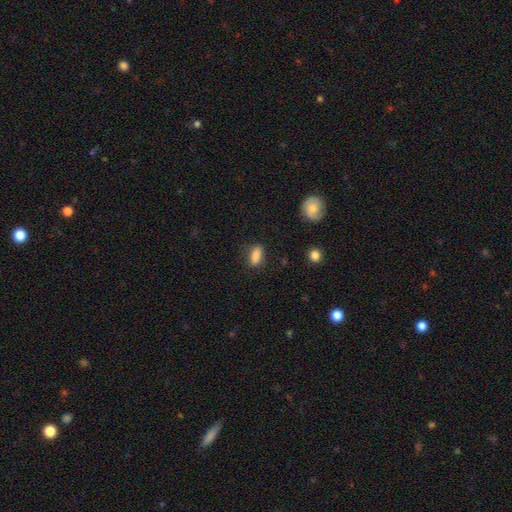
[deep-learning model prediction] smooth-or-featured: smooth: 86% | star or artifact: 8% | featured or disk: 6%
  how-rounded: in between: 78% | cigar-shaped: 17% | round: 6%
  merging: none: 79% | minor disturbance: 15% | major disturbance: 4% | merger: 2%